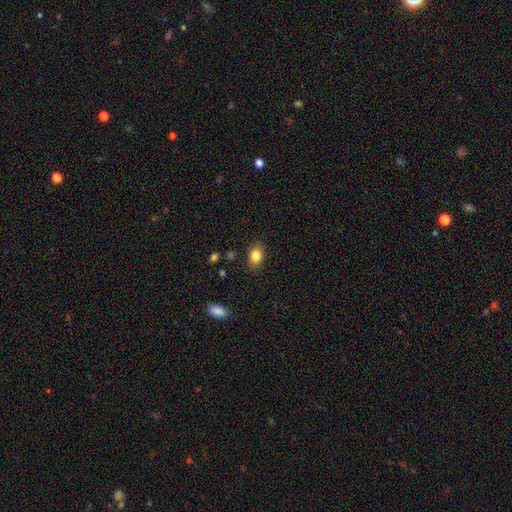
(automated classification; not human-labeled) The model was most divided on "how rounded": in between: 78%, round: 20%, cigar-shaped: 1%. More confident: merging — none (86%); smooth or featured — smooth (85%).